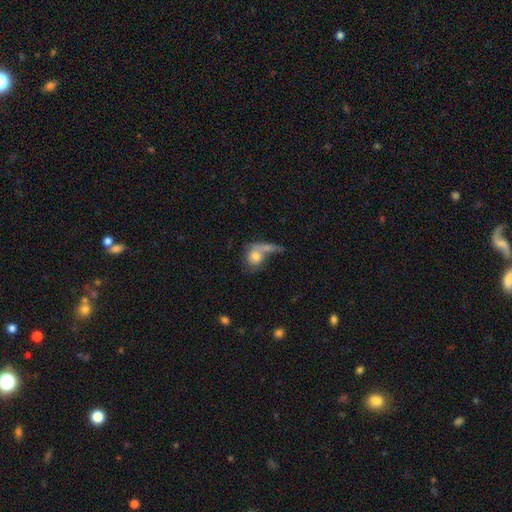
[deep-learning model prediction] A smooth galaxy with no disk features (66%) that is round (59%).

Vote fractions:
- Smooth or featured? smooth: 66% / featured or disk: 25% / star or artifact: 10%
- How rounded? round: 59% / in between: 38% / cigar-shaped: 3%
- Merging? merger: 42% / none: 27% / major disturbance: 19% / minor disturbance: 12%